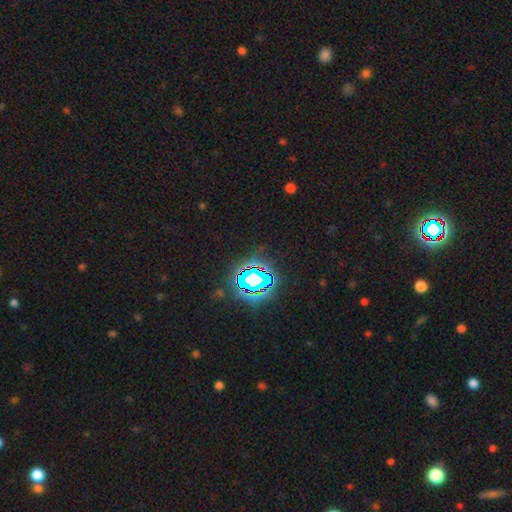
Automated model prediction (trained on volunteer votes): The model was most divided on "smooth or featured": star or artifact: 83%, smooth: 10%, featured or disk: 6%.